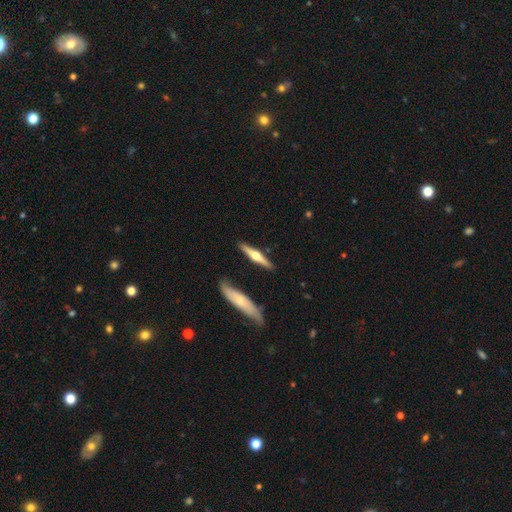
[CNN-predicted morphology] This is likely a featured or disk galaxy (65%). It is clearly viewed edge-on (96%). Edge-on bulge: clearly rounded (93%). Merging: clearly none (87%).